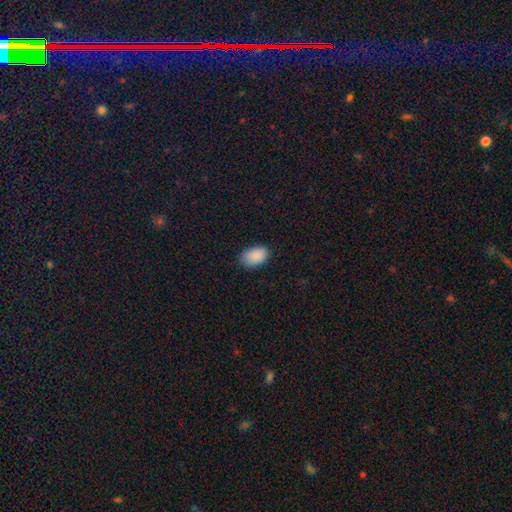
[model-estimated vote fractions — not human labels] smooth-or-featured: smooth: 89% | star or artifact: 7% | featured or disk: 4%
  how-rounded: in between: 89% | round: 10% | cigar-shaped: 1%
  merging: none: 81% | minor disturbance: 15% | major disturbance: 3% | merger: 1%